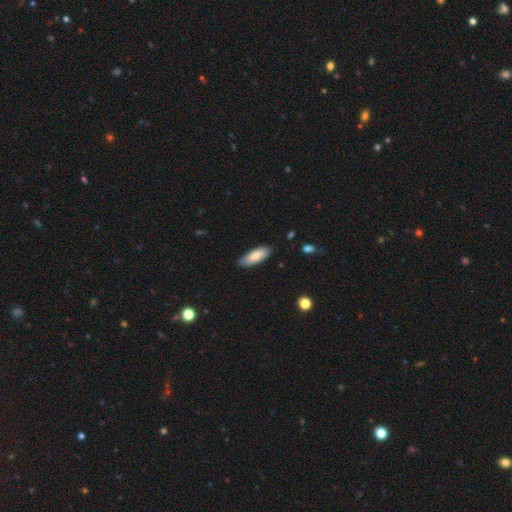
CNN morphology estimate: Overall: smooth (78%). How rounded: in between (72%). Merging: none (81%).